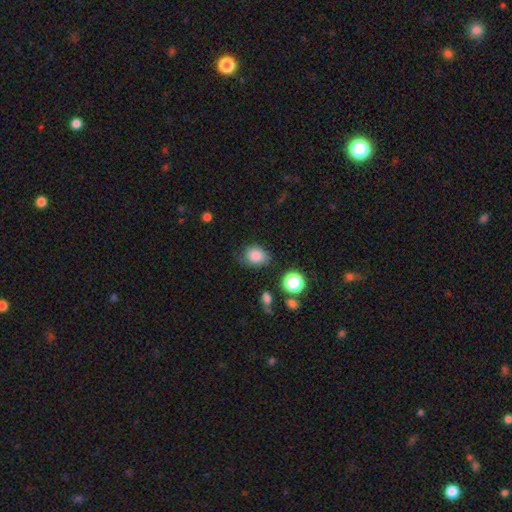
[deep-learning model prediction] Morphology: type=smooth (82%); roundness=in between (56%); merging=none (59%).